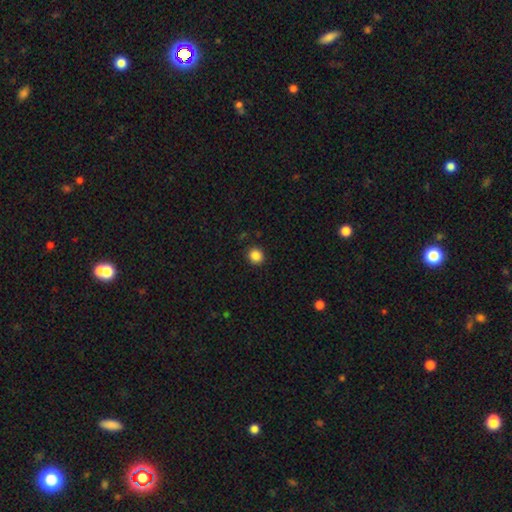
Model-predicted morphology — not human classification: This appears to be a smooth galaxy with no disk features (87%) that is round (86%). Merging: none (91%).